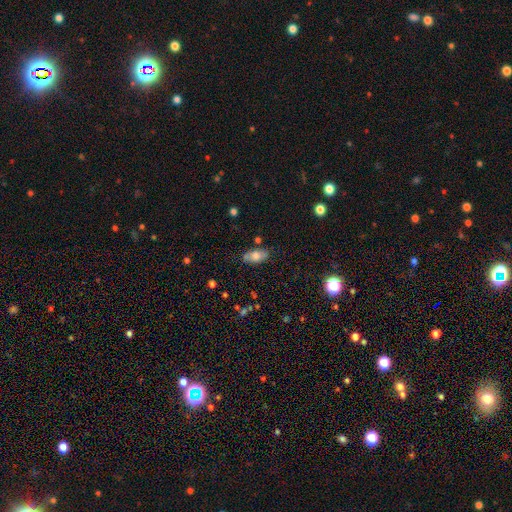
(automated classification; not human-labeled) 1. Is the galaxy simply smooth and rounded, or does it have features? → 69% smooth, 23% featured or disk, 9% star or artifact.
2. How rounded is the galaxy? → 90% in between, 5% cigar-shaped, 4% round.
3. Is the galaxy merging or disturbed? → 78% none, 16% minor disturbance, 4% merger, 3% major disturbance.